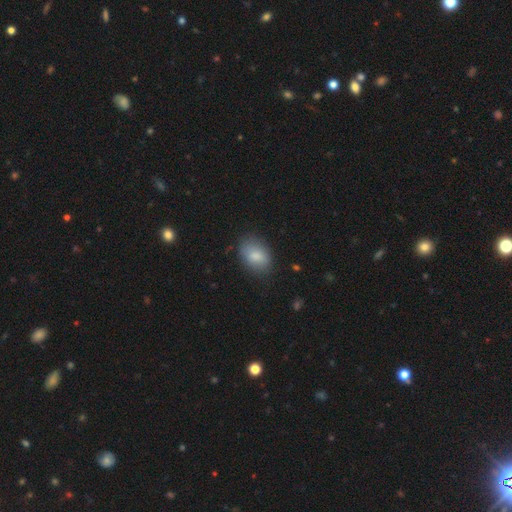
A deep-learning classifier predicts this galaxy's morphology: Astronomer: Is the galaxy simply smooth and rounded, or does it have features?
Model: smooth — 84%.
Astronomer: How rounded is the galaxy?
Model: in between — 84%.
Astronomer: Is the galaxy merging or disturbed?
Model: none — 78%.